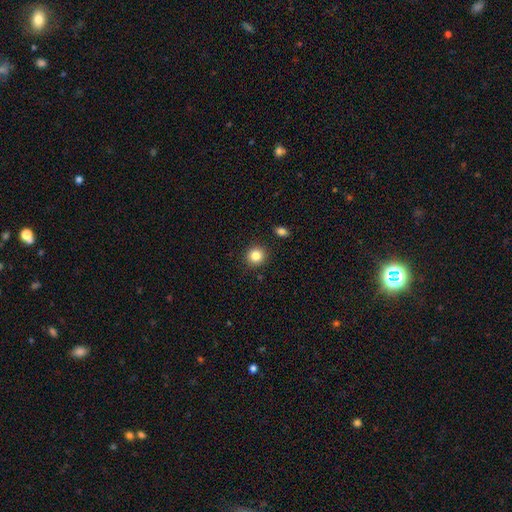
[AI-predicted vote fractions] Morphology: type=smooth (84%); roundness=round (91%); merging=none (90%).